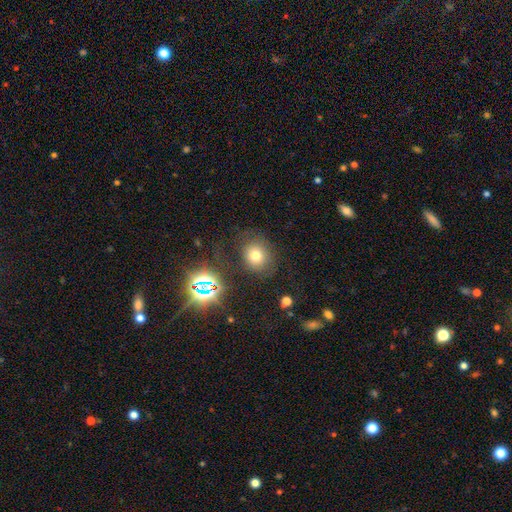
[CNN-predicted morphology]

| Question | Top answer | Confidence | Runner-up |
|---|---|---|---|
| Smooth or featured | smooth | 69% | star or artifact (19%) |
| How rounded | round | 75% | in between (24%) |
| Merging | none | 72% | minor disturbance (15%) |